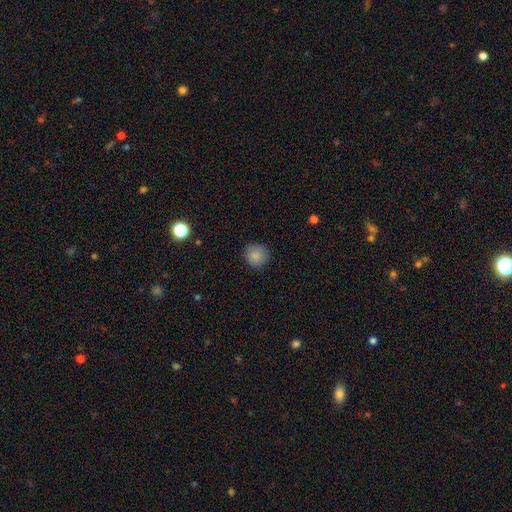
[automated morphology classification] This is clearly a smooth galaxy (86%). How rounded: clearly round (92%). Merging: clearly none (88%).